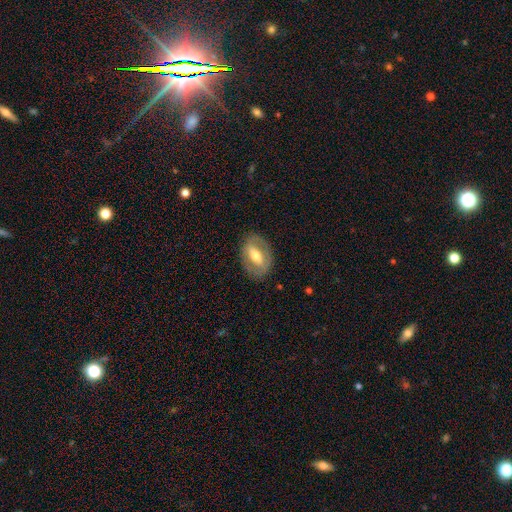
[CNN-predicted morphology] Q: Smooth or featured?
A: featured or disk (56%); runner-up: smooth (38%)
Q: Edge-on disk?
A: no (88%); runner-up: yes (12%)
Q: Merging?
A: none (82%); runner-up: minor disturbance (12%)